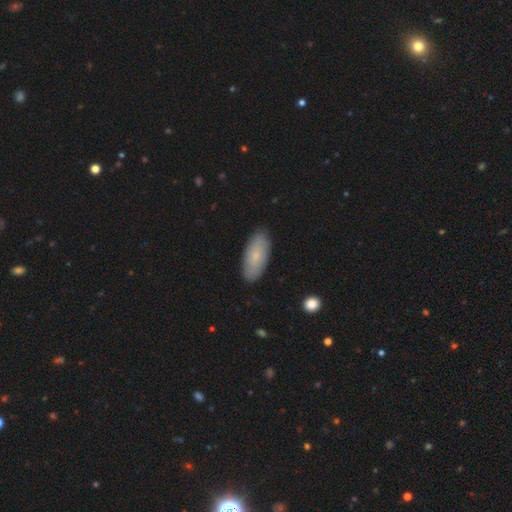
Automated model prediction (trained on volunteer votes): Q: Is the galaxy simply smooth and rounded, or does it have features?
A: smooth — 71%.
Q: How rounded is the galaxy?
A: in between — 87%.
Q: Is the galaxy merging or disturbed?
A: none — 86%.